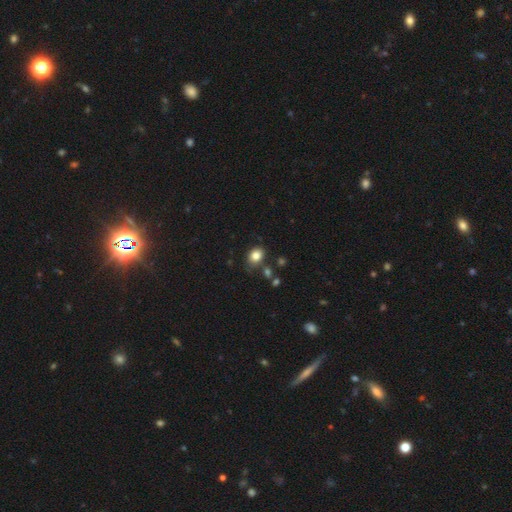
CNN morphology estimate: This is clearly a smooth galaxy (82%). How rounded: possibly in between (53%). Merging: likely none (70%).